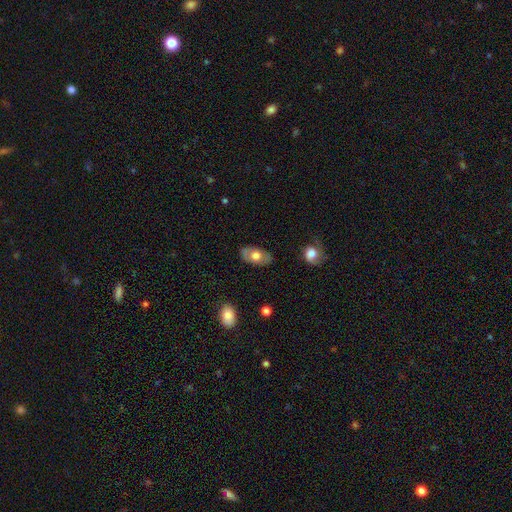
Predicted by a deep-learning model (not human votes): A smooth galaxy with no disk features (57%) that is in between round and cigar-shaped (90%).

Vote fractions:
- Smooth or featured? smooth: 57% / featured or disk: 37% / star or artifact: 6%
- How rounded? in between: 90% / round: 8% / cigar-shaped: 2%
- Merging? none: 82% / minor disturbance: 13% / major disturbance: 3% / merger: 1%